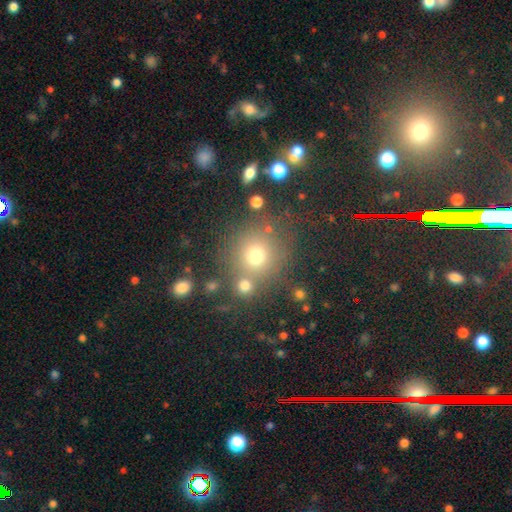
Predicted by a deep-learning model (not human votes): This appears to be a smooth galaxy with no disk features (71%) that is round (89%). Merging: none (71%).